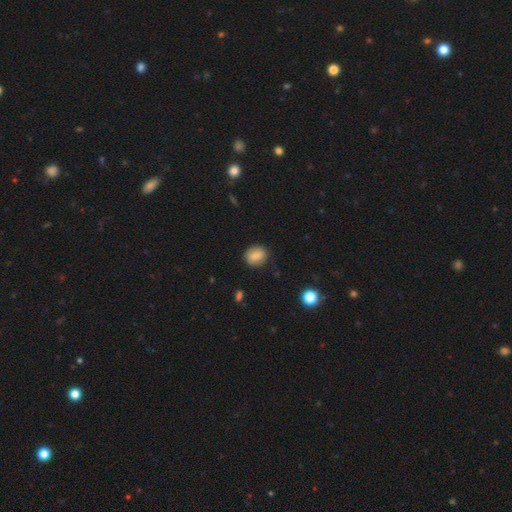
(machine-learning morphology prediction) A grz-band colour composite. It shows a smooth galaxy with no disk features (80%) that is round (69%). Merging: none (84%).